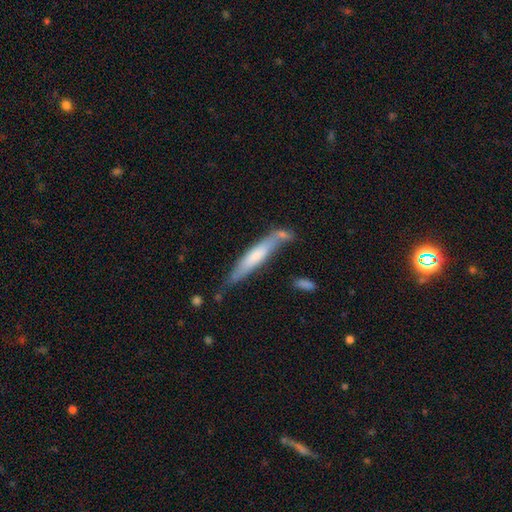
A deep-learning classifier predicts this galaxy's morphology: A smooth galaxy with no disk features (56%) that is cigar-shaped (89%). Merging: none (58%).